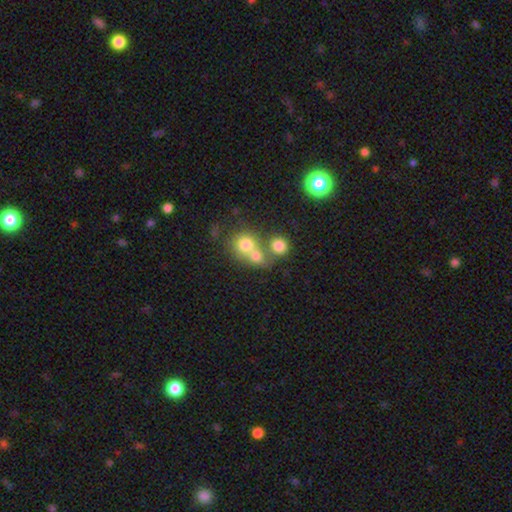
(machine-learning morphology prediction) A smooth galaxy with no disk features (72%) that is round (77%). Merging: merger (55%).